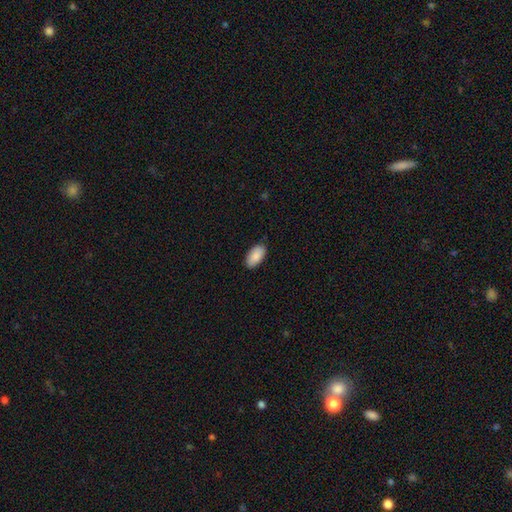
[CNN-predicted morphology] Overall: smooth (88%). How rounded: in between (95%). Merging: none (87%).